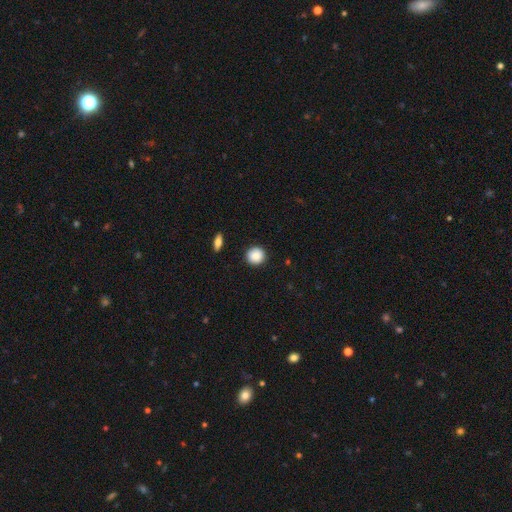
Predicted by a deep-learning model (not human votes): This appears to be a smooth galaxy with no disk features (88%) that is round (93%). Merging: none (91%).